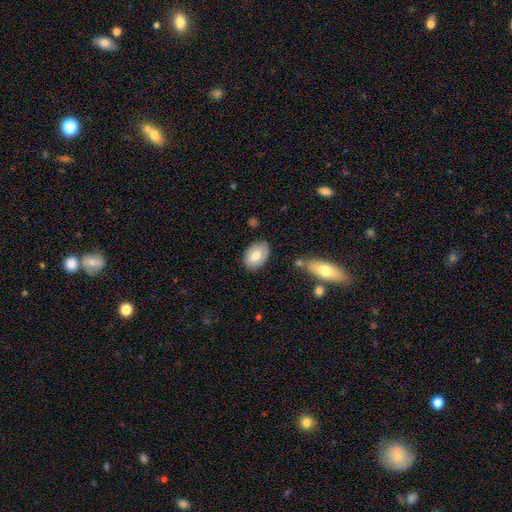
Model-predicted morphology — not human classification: smooth 73%, featured or disk 20%, star or artifact 6%. Down the decision tree: how rounded — in between (87%); merging — none (78%).